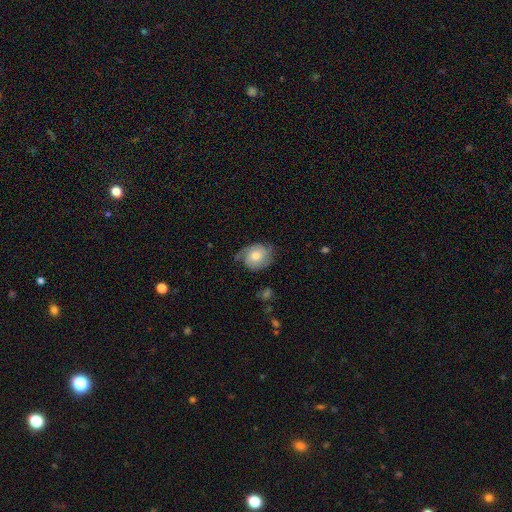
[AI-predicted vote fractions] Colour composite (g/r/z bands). It shows a featured or disk galaxy (53%) with no bar (76%), spiral arms (87%) and a moderate central bulge (64%). Merging: none (58%).